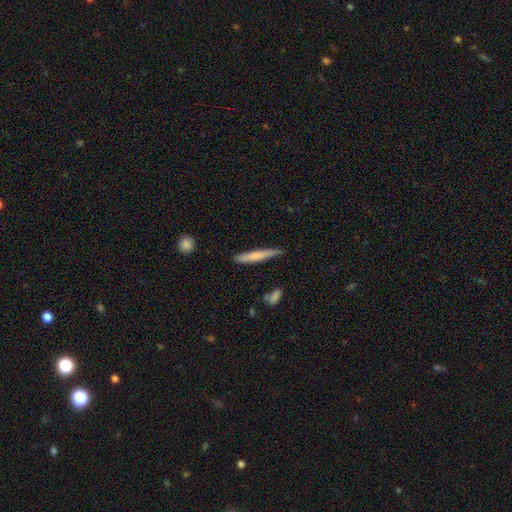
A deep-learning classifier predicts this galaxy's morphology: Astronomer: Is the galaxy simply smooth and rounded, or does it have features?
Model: smooth — 69%.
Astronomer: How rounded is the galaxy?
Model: cigar-shaped — 94%.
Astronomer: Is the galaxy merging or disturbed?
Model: none — 78%.